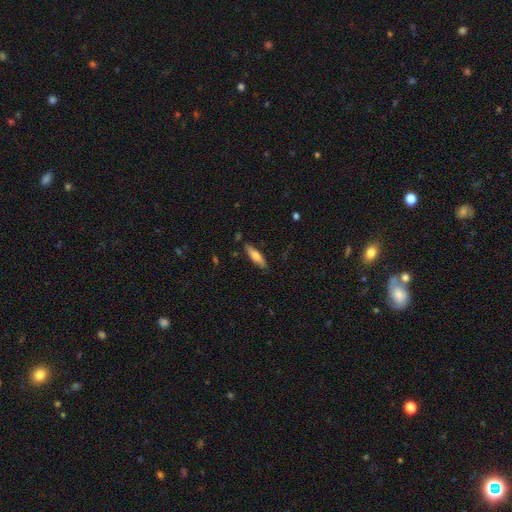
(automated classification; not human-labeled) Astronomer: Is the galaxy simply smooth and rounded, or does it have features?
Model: smooth — 62%.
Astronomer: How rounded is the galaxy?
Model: cigar-shaped — 69%.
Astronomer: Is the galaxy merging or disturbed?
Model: none — 85%.